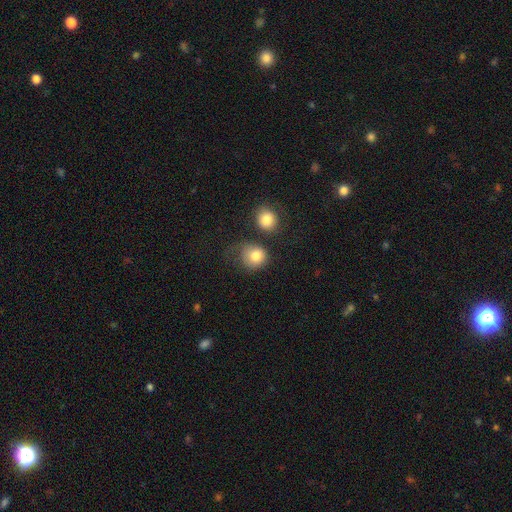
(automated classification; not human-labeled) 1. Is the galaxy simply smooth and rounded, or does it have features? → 81% smooth, 10% star or artifact, 9% featured or disk.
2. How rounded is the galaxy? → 80% round, 19% in between, 1% cigar-shaped.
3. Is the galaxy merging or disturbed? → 50% none, 21% minor disturbance, 15% merger, 14% major disturbance.